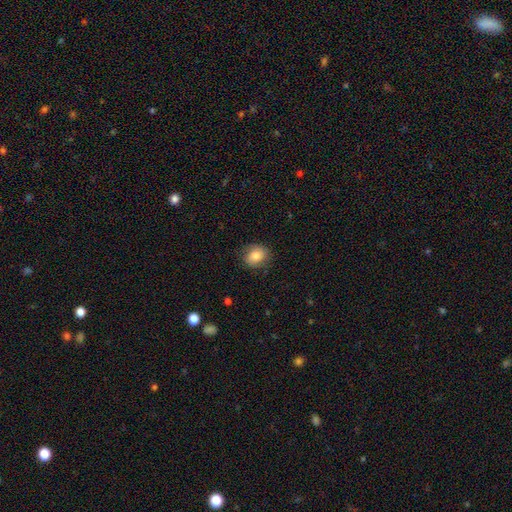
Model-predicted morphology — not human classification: A smooth galaxy with no disk features (78%) that is round (58%). Merging: none (75%).